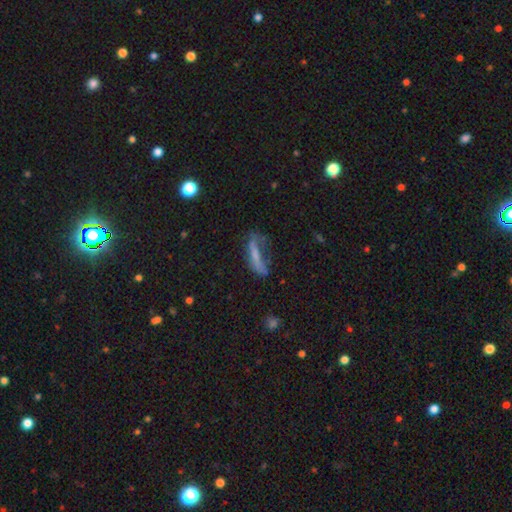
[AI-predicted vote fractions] Morphology: type=smooth (54%); roundness=cigar-shaped (69%); merging=none (36%).